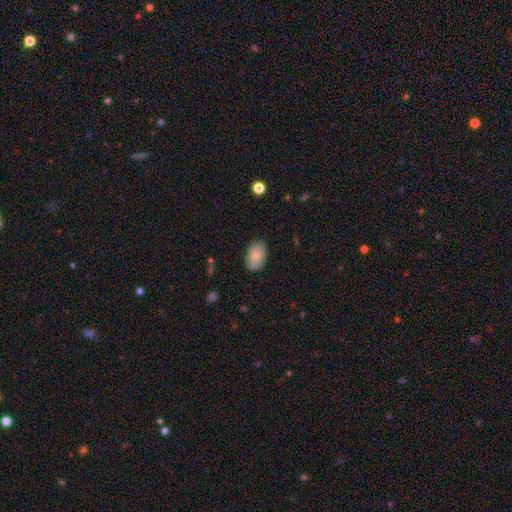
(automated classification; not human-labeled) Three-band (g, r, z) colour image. It shows a smooth galaxy with no disk features (78%) that is in between round and cigar-shaped (90%). Merging: none (83%).